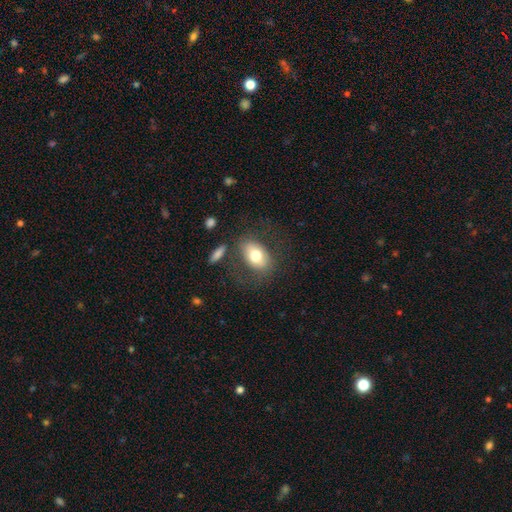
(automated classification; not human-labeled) This appears to be a smooth galaxy with no disk features (70%) that is in between round and cigar-shaped (86%). Merging: none (66%).